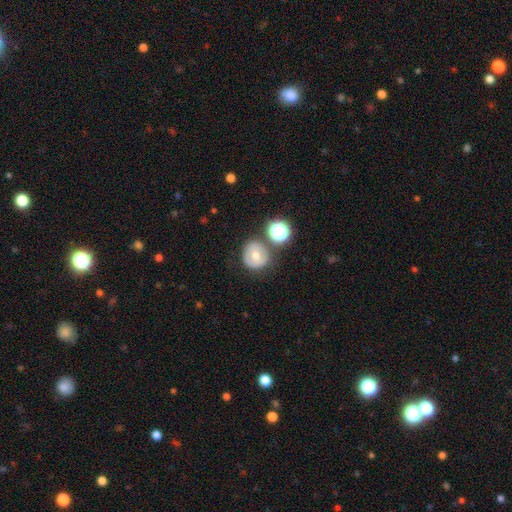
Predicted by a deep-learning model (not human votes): Q: Smooth or featured?
A: smooth (47%); runner-up: featured or disk (39%)
Q: Merging?
A: none (74%); runner-up: minor disturbance (11%)